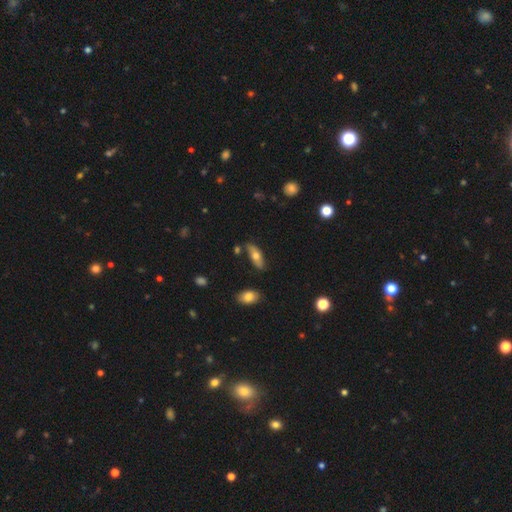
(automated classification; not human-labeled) Smooth or featured?
  - smooth: 62% *
  - featured or disk: 31%
  - star or artifact: 7%
How rounded?
  - in between: 70% *
  - cigar-shaped: 27%
  - round: 3%
Merging?
  - none: 72% *
  - minor disturbance: 19%
  - merger: 5%
  - major disturbance: 4%